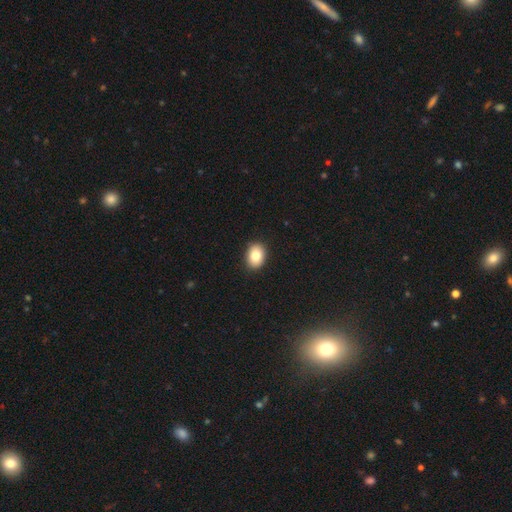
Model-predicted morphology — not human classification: This is clearly a smooth galaxy (83%). How rounded: likely in between (72%). Merging: clearly none (90%).